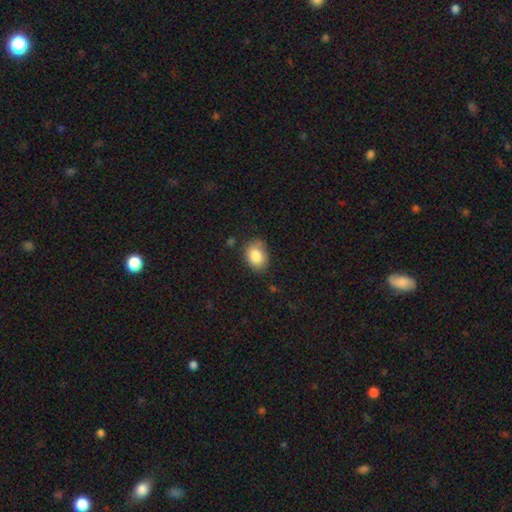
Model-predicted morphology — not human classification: Smooth or featured: smooth — 85% (star or artifact — 8%)
How rounded: in between — 71% (round — 29%)
Merging: none — 76% (minor disturbance — 18%)